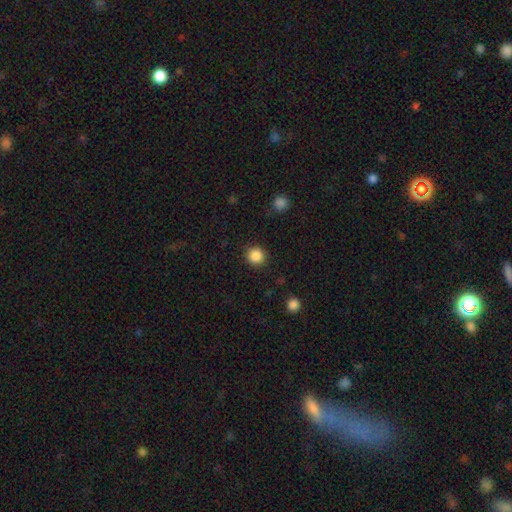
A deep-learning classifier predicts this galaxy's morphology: Smooth or featured? smooth (87%)
How rounded? round (94%)
Merging? none (90%)